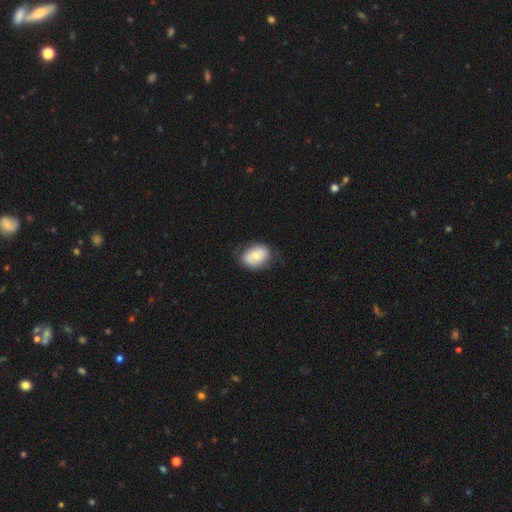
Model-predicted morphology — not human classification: A smooth galaxy with no disk features (69%) that is in between round and cigar-shaped (71%). Merging: none (74%).